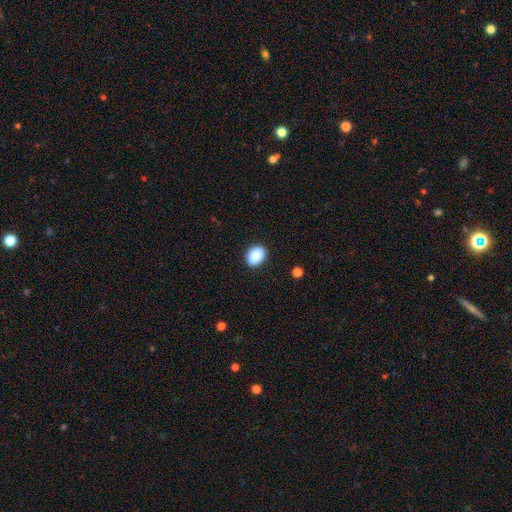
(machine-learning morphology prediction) A smooth galaxy with no disk features (87%) that is in between round and cigar-shaped (68%).

Vote fractions:
- Smooth or featured? smooth: 87% / star or artifact: 8% / featured or disk: 5%
- How rounded? in between: 68% / round: 31% / cigar-shaped: 1%
- Merging? none: 88% / minor disturbance: 9% / major disturbance: 2% / merger: 1%